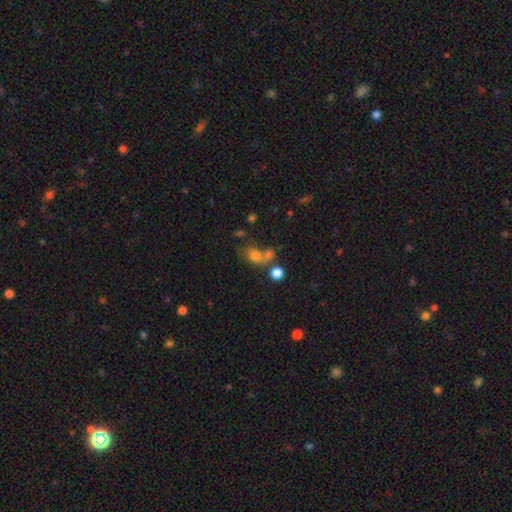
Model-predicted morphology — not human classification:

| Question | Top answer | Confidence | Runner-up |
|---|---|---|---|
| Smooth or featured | smooth | 72% | star or artifact (14%) |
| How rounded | in between | 55% | round (43%) |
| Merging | merger | 39% | none (38%) |